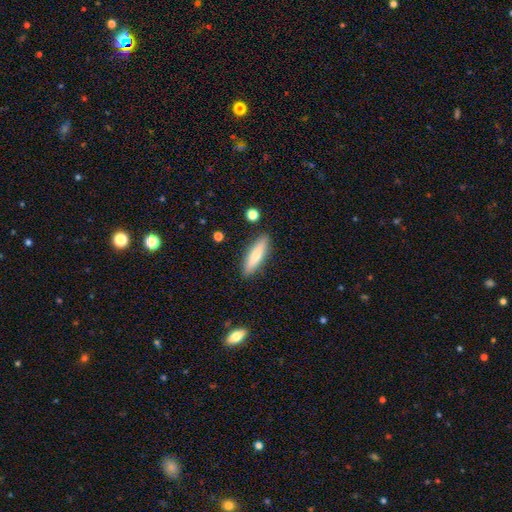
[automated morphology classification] This is likely a smooth galaxy (72%). How rounded: likely cigar-shaped (66%). Merging: clearly none (86%).